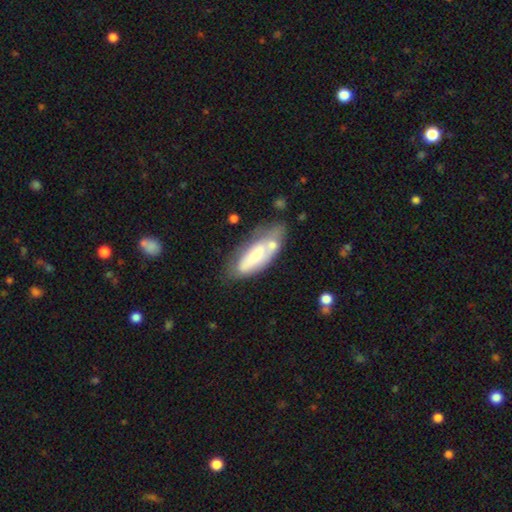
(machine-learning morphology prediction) This appears to be a smooth galaxy with no disk features (55%) that is in between round and cigar-shaped (71%). Merging: none (40%).